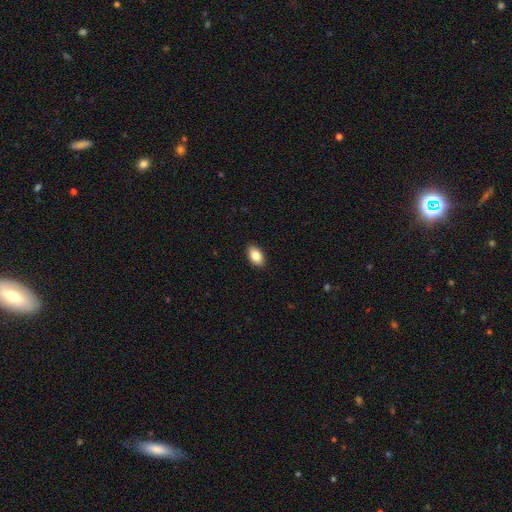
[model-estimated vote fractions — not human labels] A smooth galaxy with no disk features (84%) that is in between round and cigar-shaped (91%).

Vote fractions:
- Smooth or featured? smooth: 84% / featured or disk: 9% / star or artifact: 7%
- How rounded? in between: 91% / round: 7% / cigar-shaped: 2%
- Merging? none: 90% / minor disturbance: 8% / major disturbance: 2% / merger: 1%